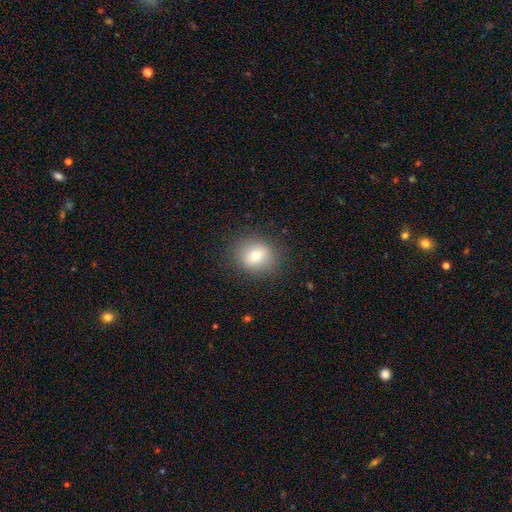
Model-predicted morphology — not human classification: Smooth or featured? smooth (77%)
How rounded? round (65%)
Merging? none (84%)